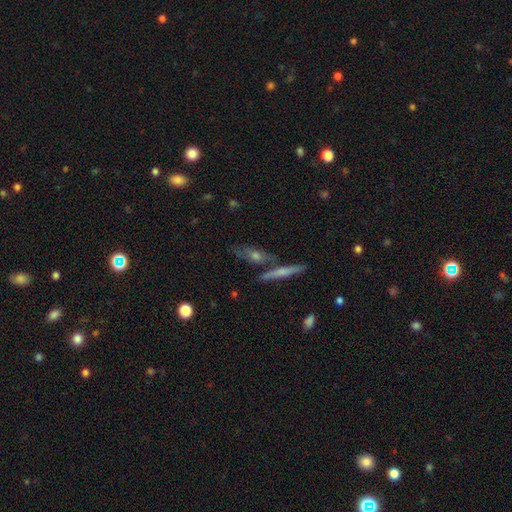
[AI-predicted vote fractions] Smooth or featured?
  - featured or disk: 50% *
  - smooth: 39%
  - star or artifact: 11%
Edge-on disk?
  - yes: 74% *
  - no: 26%
Merging?
  - none: 63% *
  - merger: 20%
  - minor disturbance: 12%
  - major disturbance: 4%